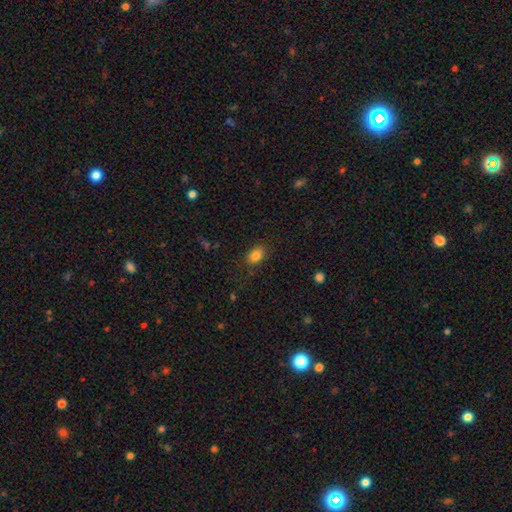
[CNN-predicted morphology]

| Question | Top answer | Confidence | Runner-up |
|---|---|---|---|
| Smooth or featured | smooth | 83% | star or artifact (10%) |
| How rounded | in between | 78% | round (21%) |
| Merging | none | 83% | minor disturbance (13%) |